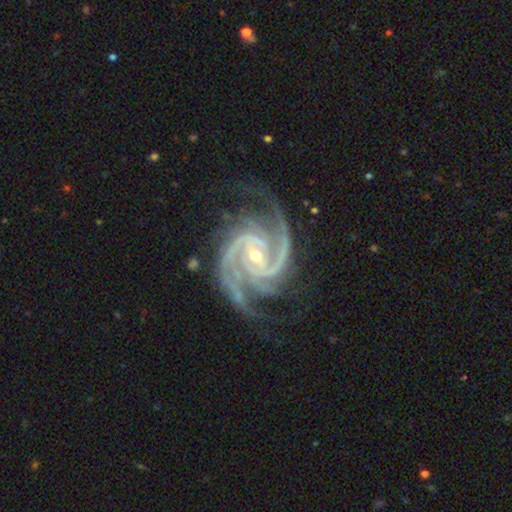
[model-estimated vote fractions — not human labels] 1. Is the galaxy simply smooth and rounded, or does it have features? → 95% featured or disk, 4% star or artifact, 2% smooth.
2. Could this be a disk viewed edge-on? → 98% no, 2% yes.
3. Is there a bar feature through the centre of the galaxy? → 36% weak, 34% no, 29% strong.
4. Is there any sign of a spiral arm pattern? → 99% yes, 1% no.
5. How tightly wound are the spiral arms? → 52% tight, 43% medium, 6% loose.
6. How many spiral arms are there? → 39% 3, 20% 4, 18% 2, 8% can't tell, 8% more than 4, 7% 1.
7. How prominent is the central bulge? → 55% small, 43% moderate, 1% large, 1% none, 1% dominant.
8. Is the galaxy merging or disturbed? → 70% none, 19% minor disturbance, 10% major disturbance, 2% merger.